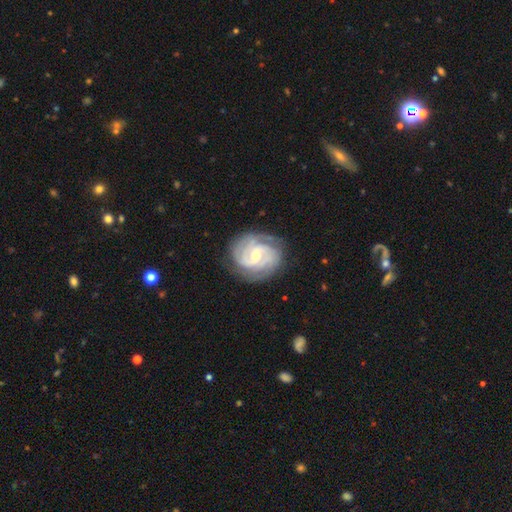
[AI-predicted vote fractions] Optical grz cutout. It shows a featured or disk galaxy (89%) with a weak bar (50%), 3 (32%) tight (67%) spiral arms (98%) and a small central bulge (53%). Merging: none (80%).